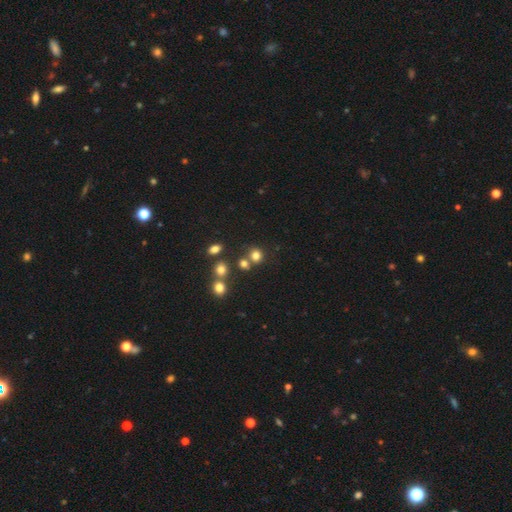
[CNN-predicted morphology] The model was most divided on "merging": none: 65%, merger: 22%, minor disturbance: 9%, major disturbance: 4%. More confident: how rounded — round (83%); smooth or featured — smooth (76%).